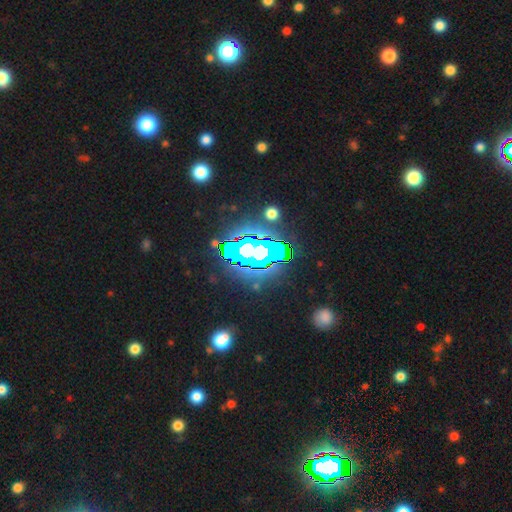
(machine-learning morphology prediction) Overall: star or artifact (55%; featured or disk 26%).